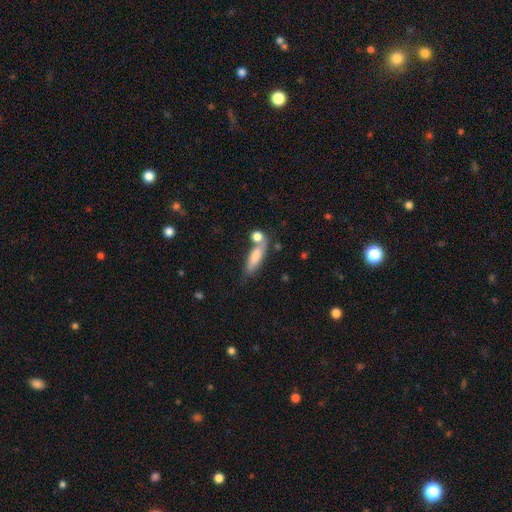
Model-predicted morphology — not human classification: Smooth or featured: smooth — 75% (featured or disk — 18%)
How rounded: cigar-shaped — 48% (tied with in between — 48%)
Merging: none — 49% (merger — 28%)